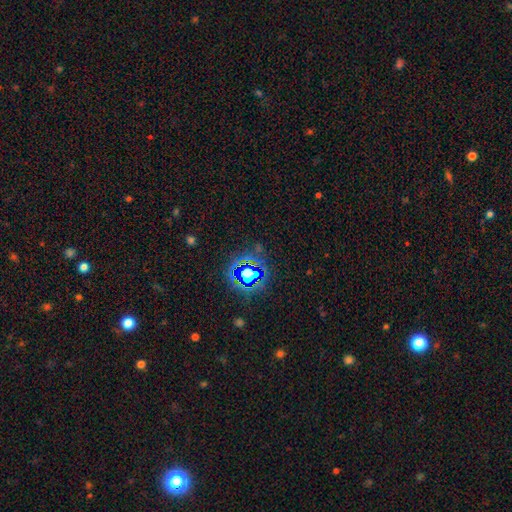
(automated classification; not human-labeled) Morphology: type=star or artifact (80%).